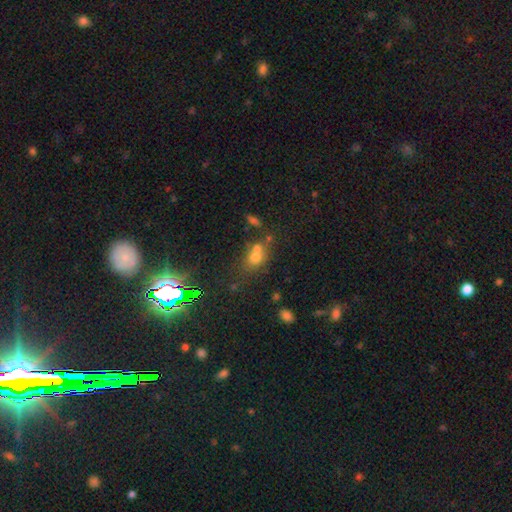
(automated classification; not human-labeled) smooth 54%, star or artifact 30%, featured or disk 16%. Down the decision tree: how rounded — round (51%); merging — none (43%).